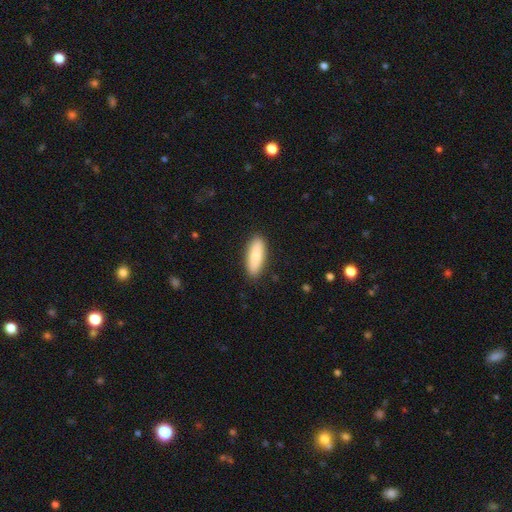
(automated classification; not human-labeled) Smooth or featured: smooth — 82% (featured or disk — 12%)
How rounded: in between — 60% (cigar-shaped — 38%)
Merging: none — 89% (minor disturbance — 9%)